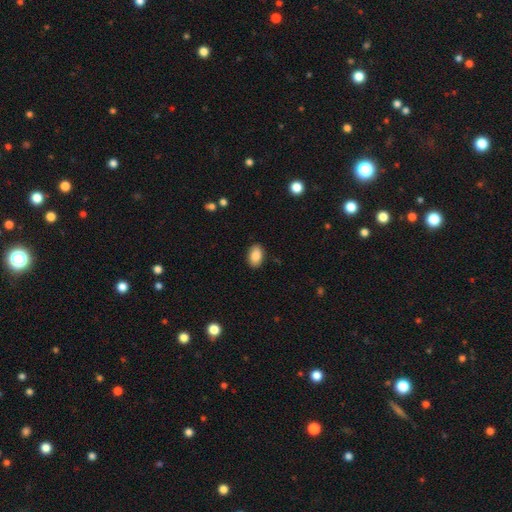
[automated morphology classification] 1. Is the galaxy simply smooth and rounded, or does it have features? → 87% smooth, 7% star or artifact, 6% featured or disk.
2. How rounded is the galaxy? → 90% in between, 9% round, 1% cigar-shaped.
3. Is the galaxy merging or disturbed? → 88% none, 9% minor disturbance, 2% major disturbance, 1% merger.